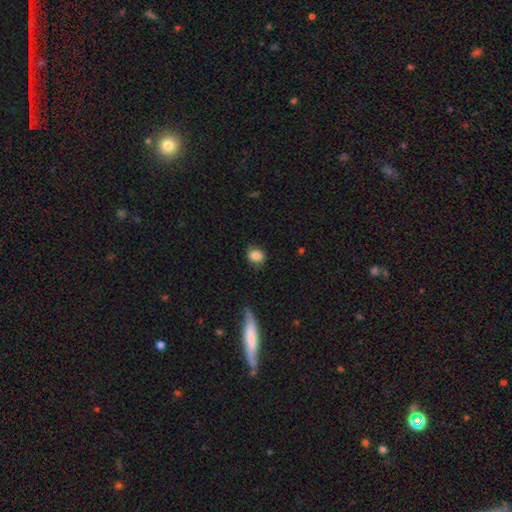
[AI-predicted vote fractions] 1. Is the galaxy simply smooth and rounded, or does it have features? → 84% smooth, 9% star or artifact, 8% featured or disk.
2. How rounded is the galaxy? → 67% round, 31% in between, 1% cigar-shaped.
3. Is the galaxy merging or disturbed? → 69% none, 23% minor disturbance, 6% major disturbance, 2% merger.